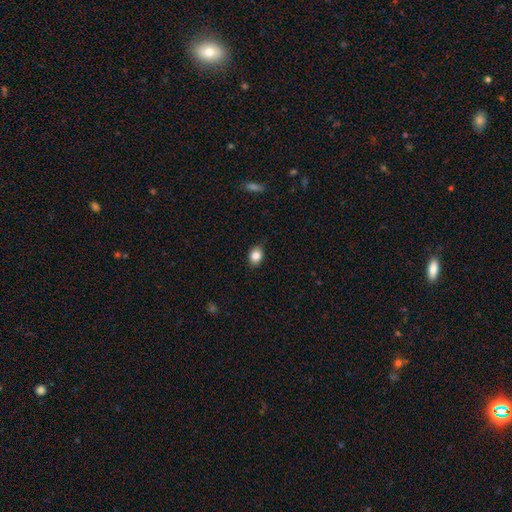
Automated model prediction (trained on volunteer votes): Smooth or featured: smooth — 85% (star or artifact — 9%)
How rounded: in between — 64% (round — 35%)
Merging: none — 83% (minor disturbance — 13%)